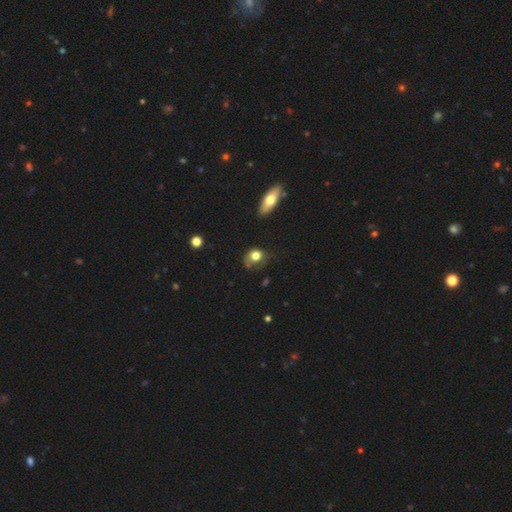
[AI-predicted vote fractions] smooth 76%, featured or disk 14%, star or artifact 11%. Down the decision tree: how rounded — round (55%); merging — none (47%).